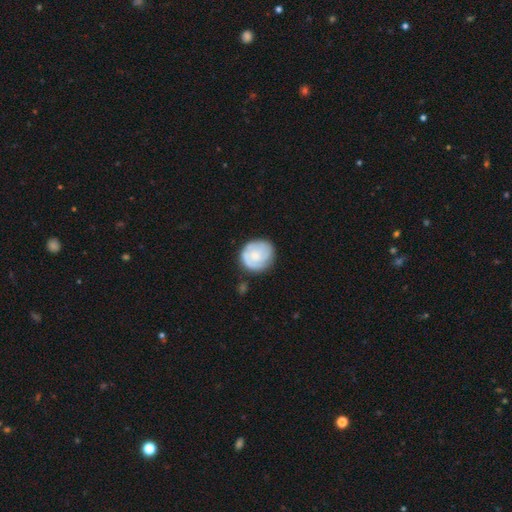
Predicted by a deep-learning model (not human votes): smooth-or-featured: featured or disk: 55% | smooth: 39% | star or artifact: 6%
  disk-edge-on: no: 98% | yes: 2%
    bar: no: 79% | weak: 18% | strong: 2%
    has-spiral-arms: yes: 86% | no: 14%
    bulge-size: small: 55% | moderate: 29% | none: 11% | large: 3% | dominant: 1%
  merging: none: 76% | minor disturbance: 17% | major disturbance: 5% | merger: 2%